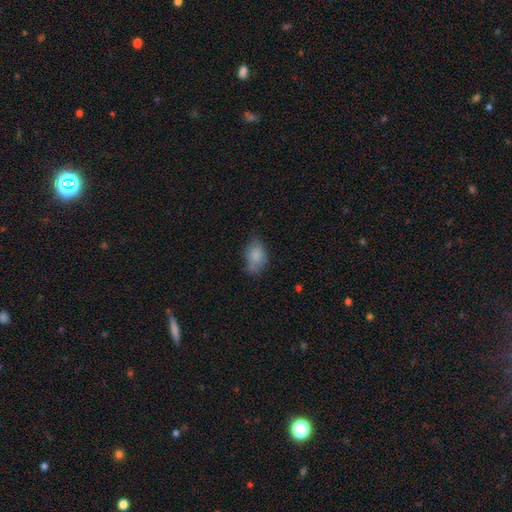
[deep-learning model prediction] This appears to be a smooth galaxy with no disk features (81%) that is in between round and cigar-shaped (87%). Merging: none (53%).